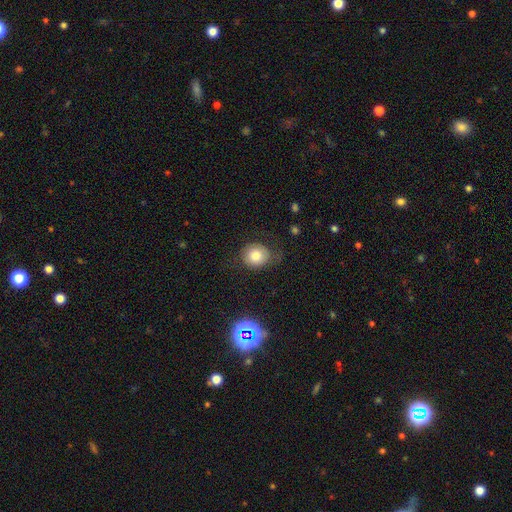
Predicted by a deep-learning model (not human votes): This is likely a smooth galaxy (74%). How rounded: likely round (76%). Merging: likely none (62%).